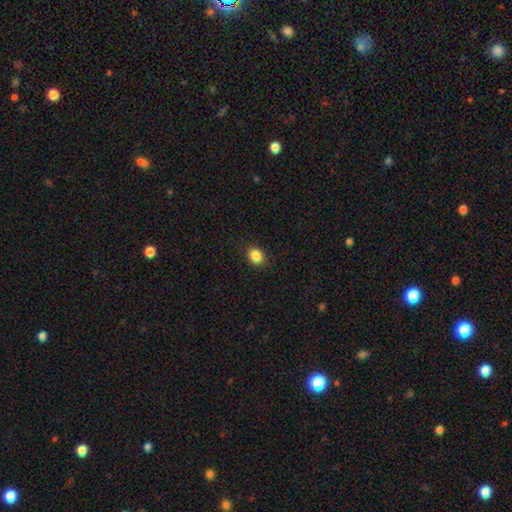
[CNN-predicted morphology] smooth-or-featured: smooth: 87% | star or artifact: 9% | featured or disk: 4%
  how-rounded: in between: 56% | round: 43% | cigar-shaped: 1%
  merging: none: 90% | minor disturbance: 7% | major disturbance: 2% | merger: 1%